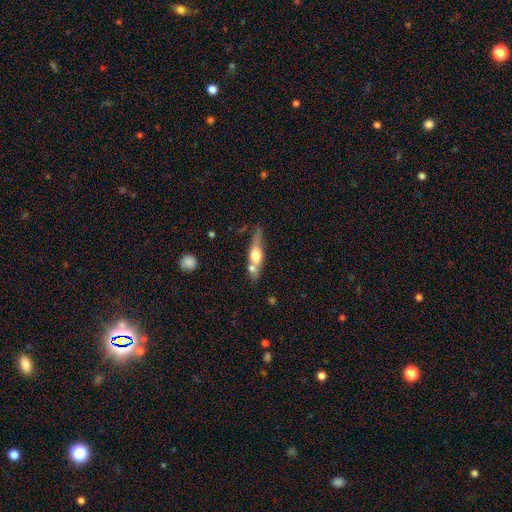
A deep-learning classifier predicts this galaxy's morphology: Smooth or featured: featured or disk — 51% (smooth — 43%)
Edge-on disk: yes — 83% (no — 17%)
Merging: none — 48% (merger — 27%)